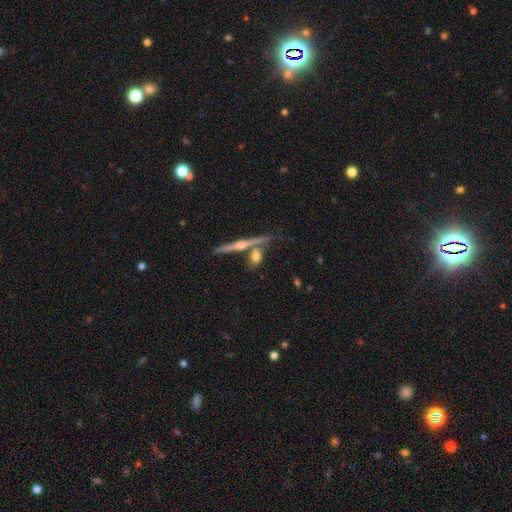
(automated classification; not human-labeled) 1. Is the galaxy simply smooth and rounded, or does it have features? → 46% featured or disk, 45% smooth, 9% star or artifact.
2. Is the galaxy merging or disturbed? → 62% none, 24% merger, 11% minor disturbance, 4% major disturbance.